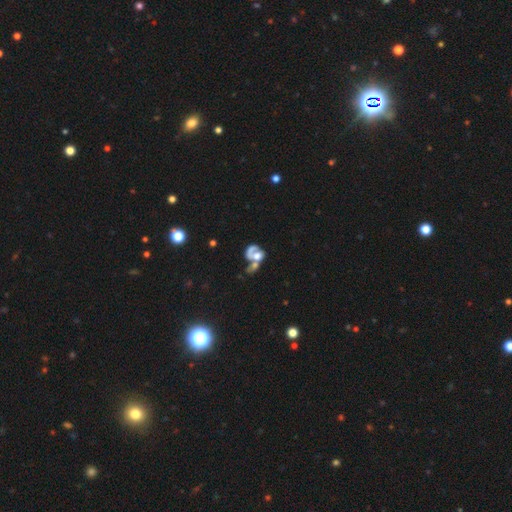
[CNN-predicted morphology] Smooth or featured? featured or disk (57%)
Edge-on disk? no (97%)
Bar? no (81%)
Spiral arms? yes (53%)
Bulge size? moderate (34%)
Merging? merger (60%)